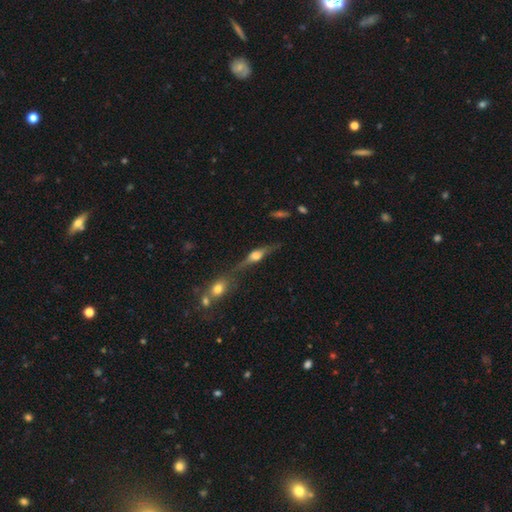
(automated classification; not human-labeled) Smooth or featured?
  - featured or disk: 68% *
  - smooth: 23%
  - star or artifact: 9%
Edge-on disk?
  - yes: 92% *
  - no: 8%
Edge-on bulge?
  - rounded: 91% *
  - boxy: 6%
  - none: 2%
Merging?
  - none: 60% *
  - merger: 18%
  - minor disturbance: 15%
  - major disturbance: 7%